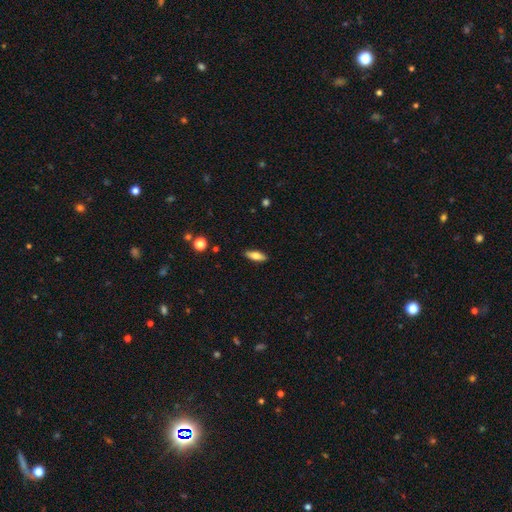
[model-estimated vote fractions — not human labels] Morphology: type=smooth (71%); roundness=in between (61%); merging=none (89%).